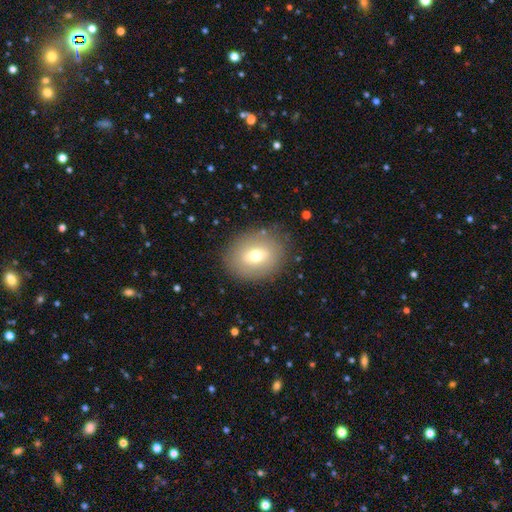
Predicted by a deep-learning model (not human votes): Smooth or featured? Predicted: smooth (p=0.64). How rounded? Predicted: in between (p=0.51). Merging? Predicted: none (p=0.83).